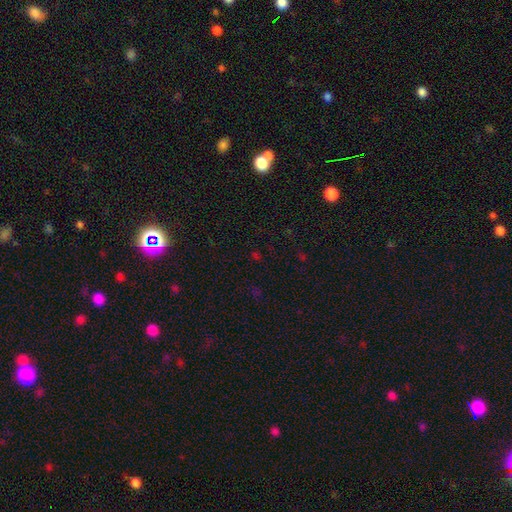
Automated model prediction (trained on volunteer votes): Smooth or featured?
  - star or artifact: 60% *
  - smooth: 32%
  - featured or disk: 8%